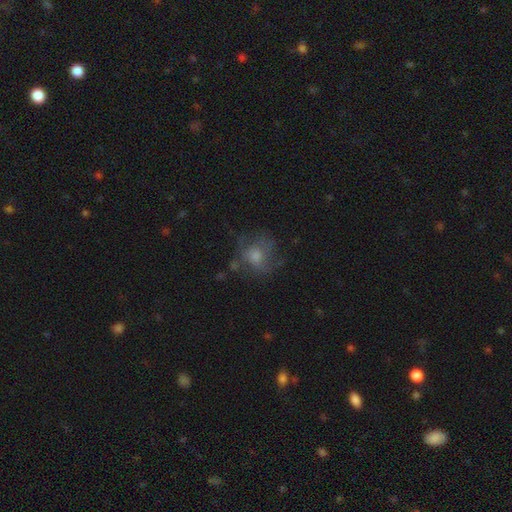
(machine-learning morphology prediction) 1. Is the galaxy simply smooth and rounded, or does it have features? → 47% smooth, 38% featured or disk, 16% star or artifact.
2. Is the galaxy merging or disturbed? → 58% none, 21% minor disturbance, 19% major disturbance, 3% merger.